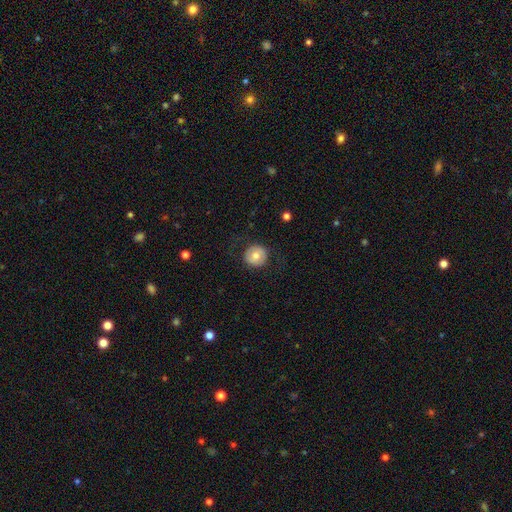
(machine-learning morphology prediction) Smooth or featured: smooth — 70% (featured or disk — 22%)
How rounded: round — 93% (in between — 6%)
Merging: none — 82% (minor disturbance — 11%)